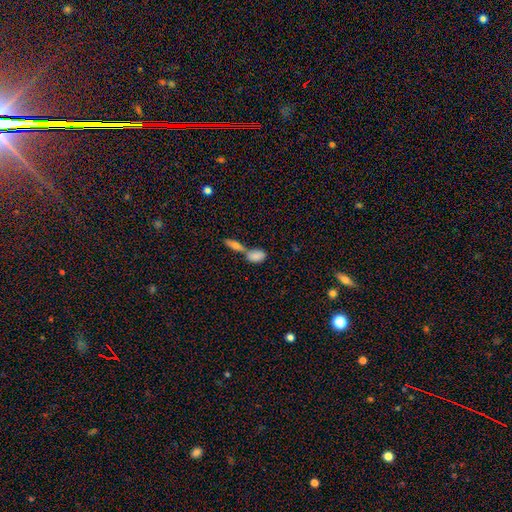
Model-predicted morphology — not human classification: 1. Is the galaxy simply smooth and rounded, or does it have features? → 78% smooth, 14% featured or disk, 8% star or artifact.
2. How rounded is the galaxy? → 81% in between, 10% cigar-shaped, 9% round.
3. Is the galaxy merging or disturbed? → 60% merger, 27% none, 8% minor disturbance, 4% major disturbance.